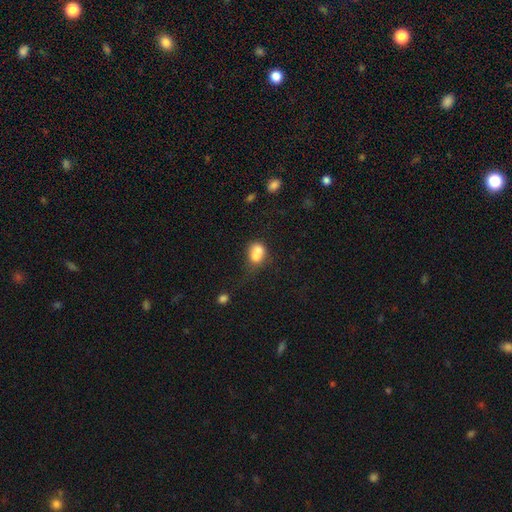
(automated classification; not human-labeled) Q: Smooth or featured?
A: smooth (68%); runner-up: featured or disk (22%)
Q: How rounded?
A: round (59%); runner-up: in between (39%)
Q: Merging?
A: merger (67%); runner-up: none (21%)